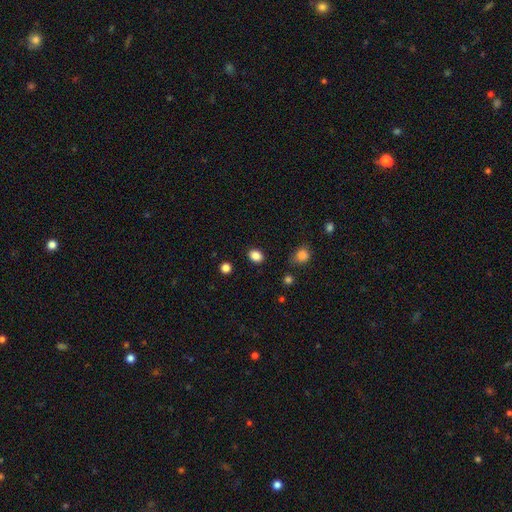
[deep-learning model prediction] The model was most divided on "how rounded": in between: 55%, round: 44%, cigar-shaped: 1%. More confident: merging — none (86%); smooth or featured — smooth (86%).